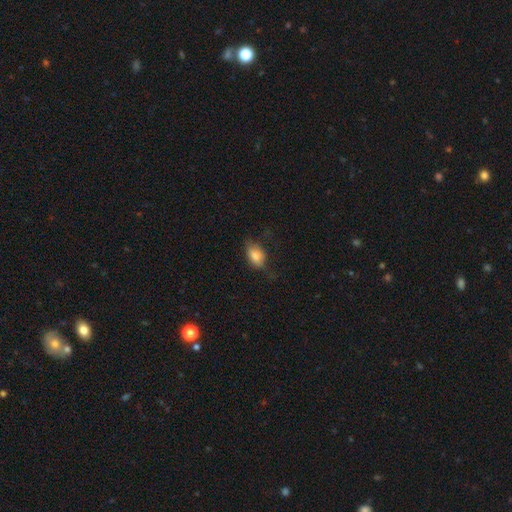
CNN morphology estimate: type=smooth (80%); roundness=in between (85%); merging=none (55%).